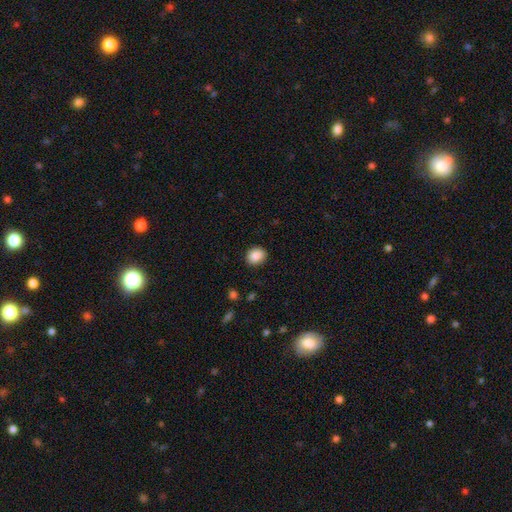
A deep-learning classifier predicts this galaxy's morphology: The model was most divided on "how rounded": round: 65%, in between: 34%, cigar-shaped: 1%. More confident: merging — none (89%); smooth or featured — smooth (88%).